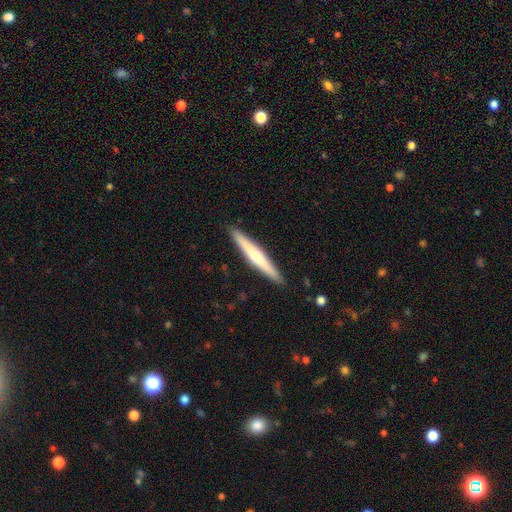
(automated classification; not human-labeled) This appears to be a featured or disk galaxy (51%) viewed edge-on (96%). Merging: none (92%).